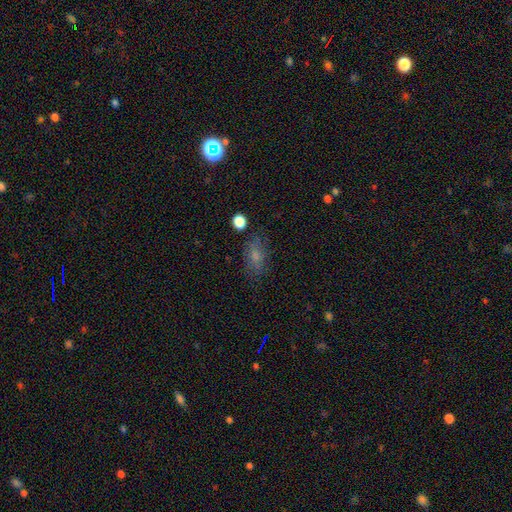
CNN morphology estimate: Smooth or featured: smooth — 65% (featured or disk — 18%)
How rounded: in between — 81% (round — 13%)
Merging: none — 69% (minor disturbance — 19%)